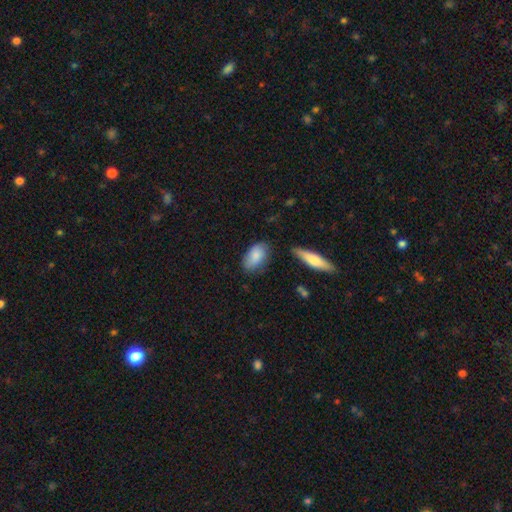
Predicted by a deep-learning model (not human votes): This is clearly a smooth galaxy (81%). How rounded: clearly in between (92%). Merging: likely none (69%).